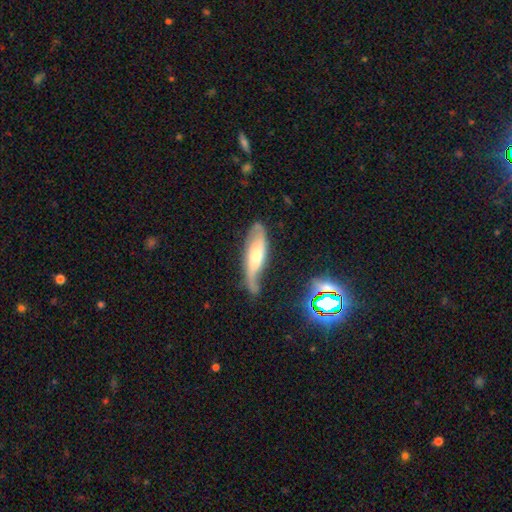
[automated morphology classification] This appears to be a featured or disk galaxy (64%). Merging: none (52%).